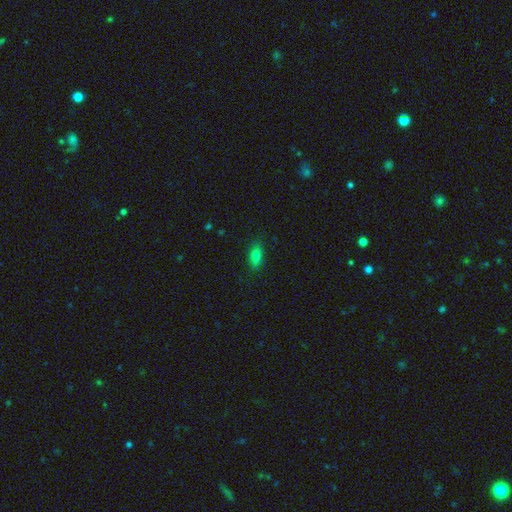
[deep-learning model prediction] Smooth or featured? smooth (80%)
How rounded? in between (84%)
Merging? none (84%)